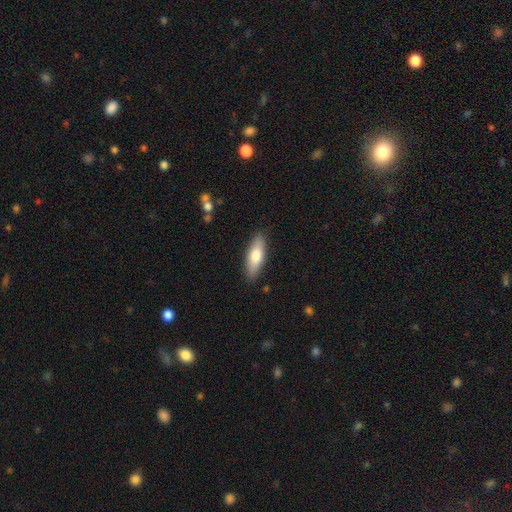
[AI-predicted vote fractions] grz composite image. It shows a smooth galaxy with no disk features (73%) that is in between round and cigar-shaped (56%). Merging: none (87%).